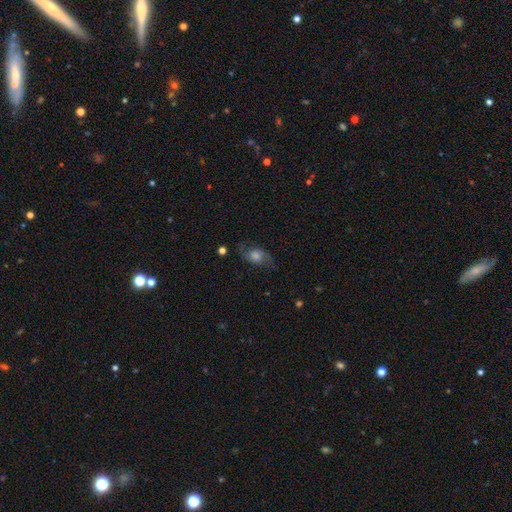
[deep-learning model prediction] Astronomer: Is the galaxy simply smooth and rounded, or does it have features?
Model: featured or disk — 53% (runner-up: smooth, 36%).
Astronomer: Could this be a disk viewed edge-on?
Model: no — 91%.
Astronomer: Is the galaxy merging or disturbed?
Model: none — 67%.